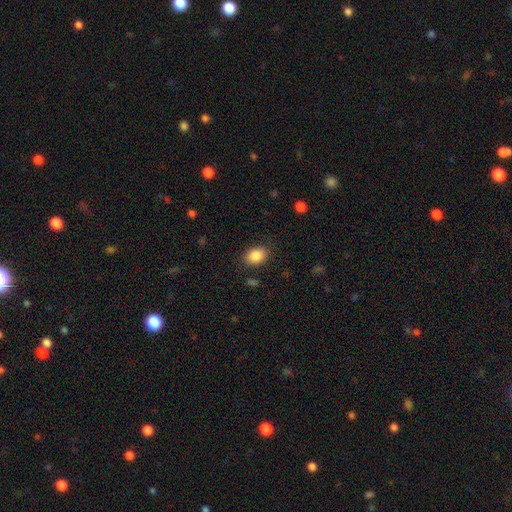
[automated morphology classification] A smooth galaxy with no disk features (88%) that is in between round and cigar-shaped (74%). Merging: none (84%).